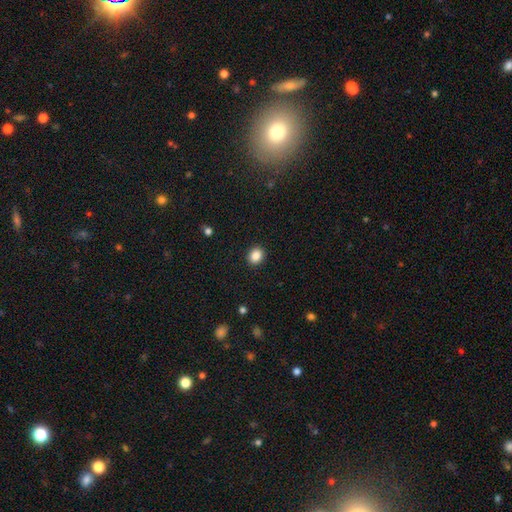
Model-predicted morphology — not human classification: type=smooth (87%); roundness=round (68%); merging=none (91%).